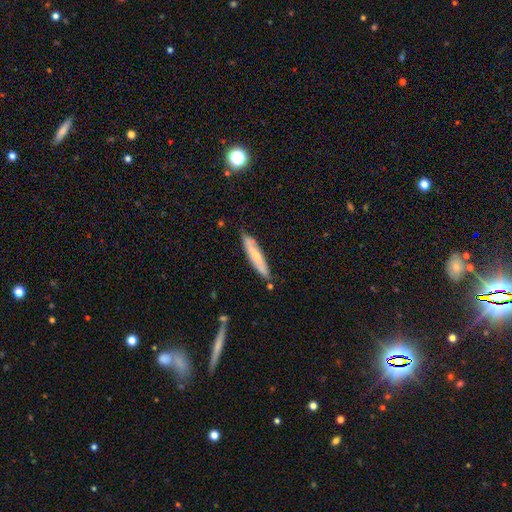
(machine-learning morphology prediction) type=smooth (57%); roundness=cigar-shaped (87%); merging=none (78%).